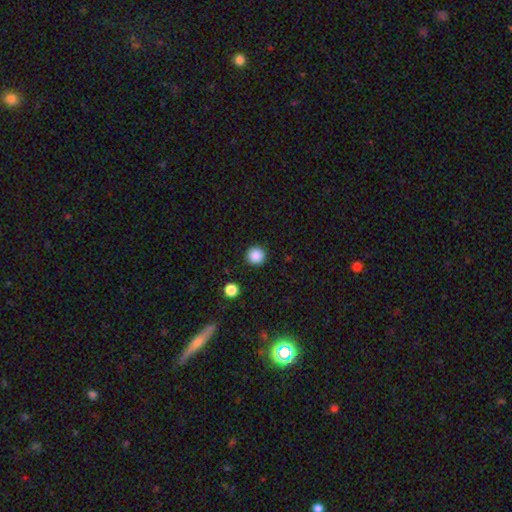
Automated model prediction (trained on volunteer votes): Smooth or featured?
  - smooth: 87% *
  - star or artifact: 10%
  - featured or disk: 3%
How rounded?
  - round: 96% *
  - in between: 3%
  - cigar-shaped: 1%
Merging?
  - none: 92% *
  - minor disturbance: 5%
  - major disturbance: 2%
  - merger: 1%